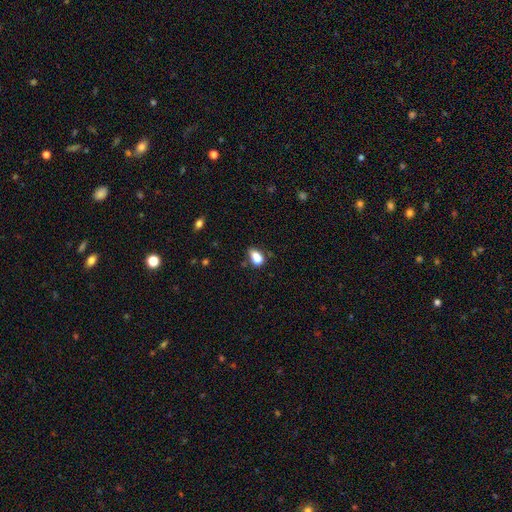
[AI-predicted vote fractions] Smooth or featured? Predicted: smooth (p=0.78). How rounded? Predicted: in between (p=0.79). Merging? Predicted: none (p=0.45).